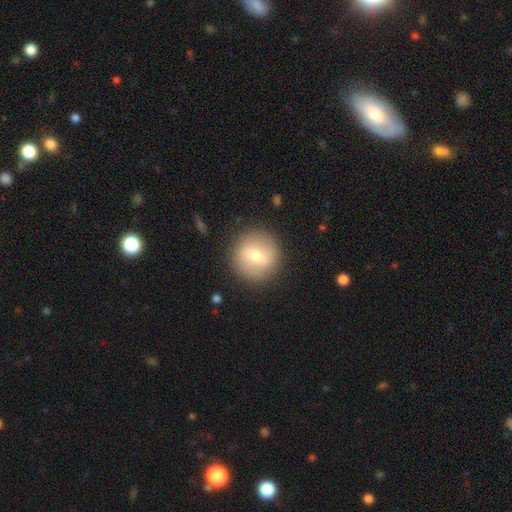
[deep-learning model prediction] smooth-or-featured: smooth: 60% | featured or disk: 32% | star or artifact: 8%
  how-rounded: round: 95% | in between: 4% | cigar-shaped: 1%
  merging: none: 89% | minor disturbance: 7% | major disturbance: 3% | merger: 1%